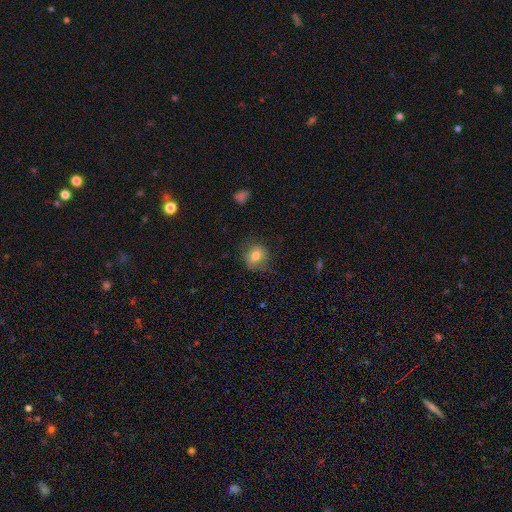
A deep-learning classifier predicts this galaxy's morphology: smooth-or-featured: smooth: 75% | featured or disk: 15% | star or artifact: 10%
  how-rounded: round: 67% | in between: 32% | cigar-shaped: 1%
  merging: none: 73% | minor disturbance: 19% | major disturbance: 7% | merger: 1%